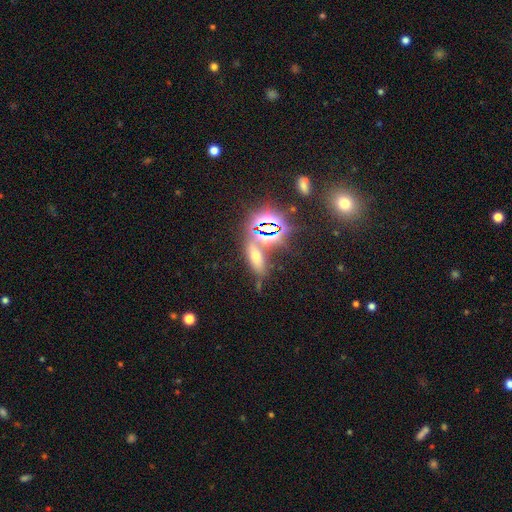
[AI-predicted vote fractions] A star or artifact, not a galaxy (42%).

Vote fractions:
- Smooth or featured? star or artifact: 42% / smooth: 41% / featured or disk: 17%